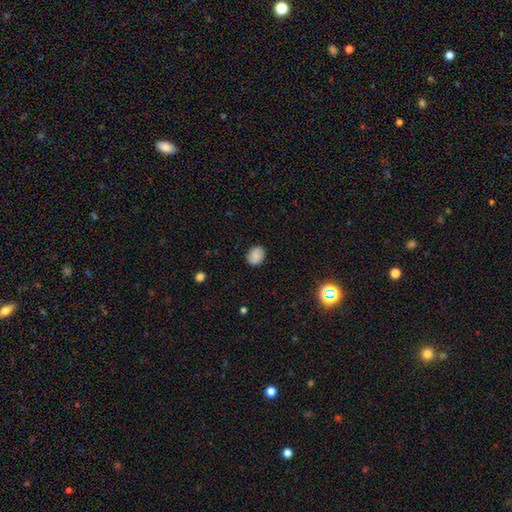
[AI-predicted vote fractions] A smooth galaxy with no disk features (82%) that is round (58%).

Vote fractions:
- Smooth or featured? smooth: 82% / star or artifact: 9% / featured or disk: 9%
- How rounded? round: 58% / in between: 41% / cigar-shaped: 1%
- Merging? none: 84% / minor disturbance: 12% / major disturbance: 3% / merger: 1%